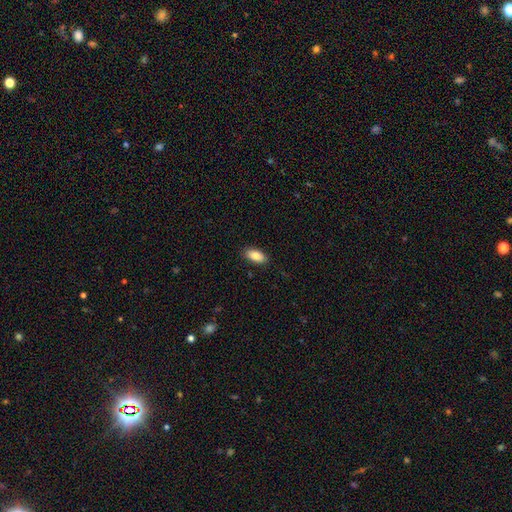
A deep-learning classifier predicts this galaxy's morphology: Smooth or featured? smooth (87%)
How rounded? in between (92%)
Merging? none (88%)